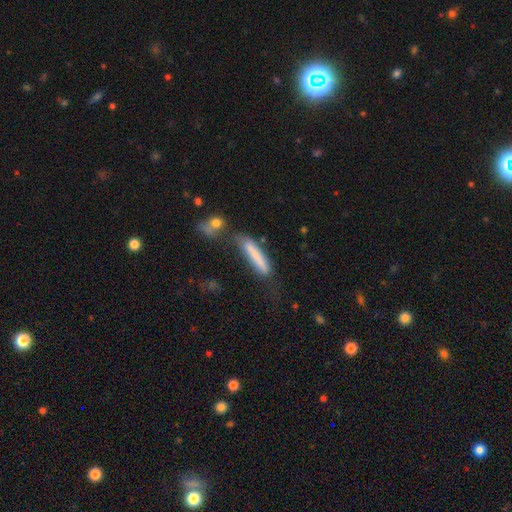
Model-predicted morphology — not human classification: type=smooth (73%); roundness=cigar-shaped (90%); merging=none (55%).